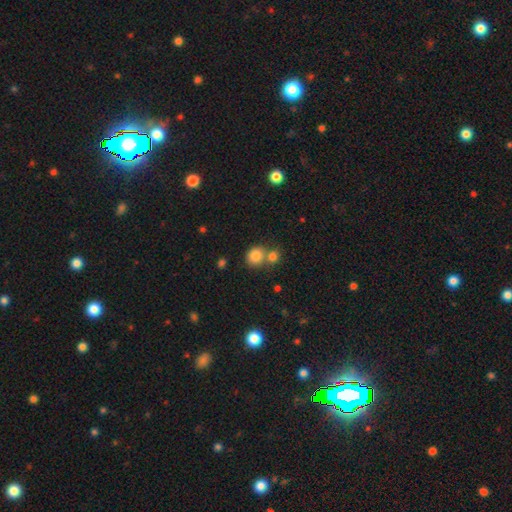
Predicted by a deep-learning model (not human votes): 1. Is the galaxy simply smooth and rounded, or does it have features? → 82% smooth, 11% star or artifact, 7% featured or disk.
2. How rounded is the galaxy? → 77% round, 22% in between, 1% cigar-shaped.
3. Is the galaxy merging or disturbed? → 50% none, 38% merger, 9% minor disturbance, 3% major disturbance.